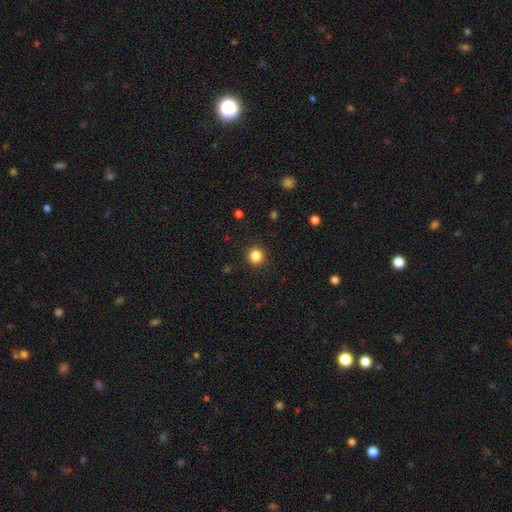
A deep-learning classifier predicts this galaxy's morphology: A smooth galaxy with no disk features (85%) that is round (93%).

Vote fractions:
- Smooth or featured? smooth: 85% / star or artifact: 11% / featured or disk: 4%
- How rounded? round: 93% / in between: 6% / cigar-shaped: 1%
- Merging? none: 92% / minor disturbance: 5% / major disturbance: 2% / merger: 1%